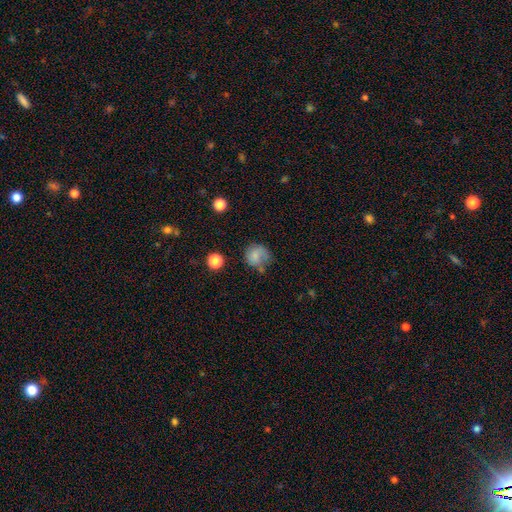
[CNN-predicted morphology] The model was most divided on "merging": none: 51%, minor disturbance: 27%, major disturbance: 16%, merger: 7%. More confident: how rounded — round (80%); smooth or featured — smooth (72%).